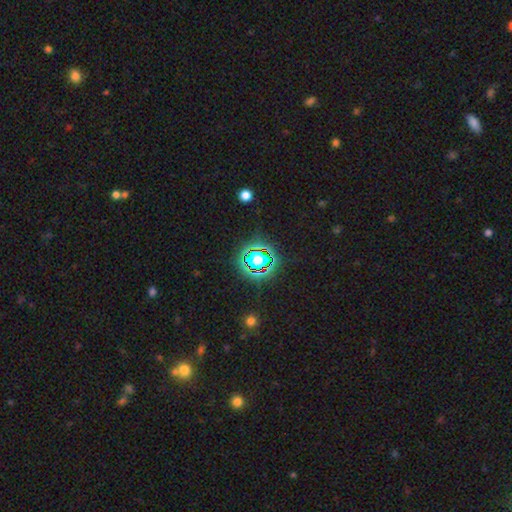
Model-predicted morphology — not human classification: type=star or artifact (71%).